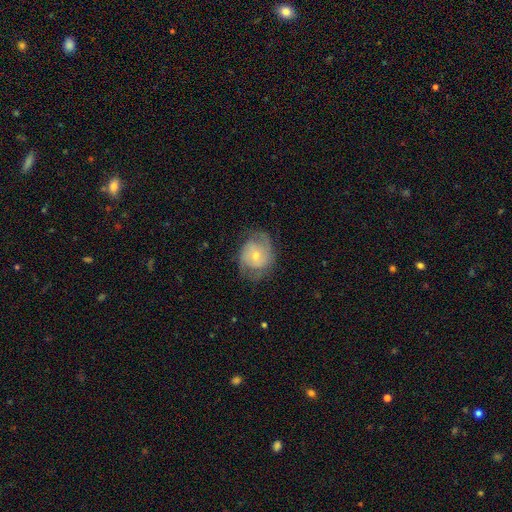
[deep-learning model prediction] Smooth or featured: featured or disk — 65% (smooth — 28%)
Edge-on disk: no — 97% (yes — 3%)
Bar: no — 60% (weak — 32%)
Spiral arms: yes — 85% (no — 15%)
Spiral winding: medium — 45% (tight — 34%)
Spiral arm count: 2 — 73% (can't tell — 16%)
Bulge size: small — 56% (moderate — 40%)
Merging: none — 64% (minor disturbance — 22%)